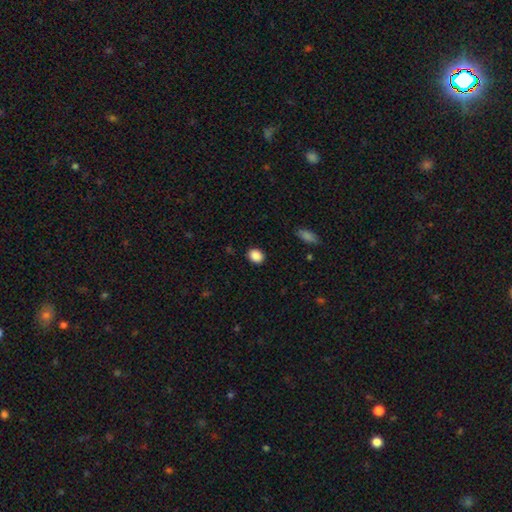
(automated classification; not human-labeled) Overall: smooth (88%). How rounded: in between (55%; round 44%). Merging: none (88%).